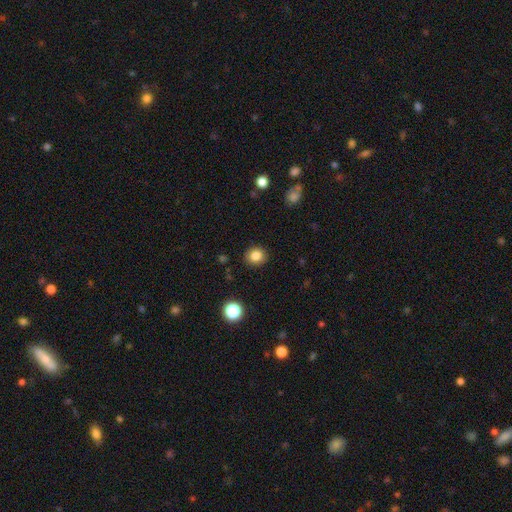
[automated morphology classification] Smooth or featured? smooth (83%)
How rounded? round (81%)
Merging? none (90%)